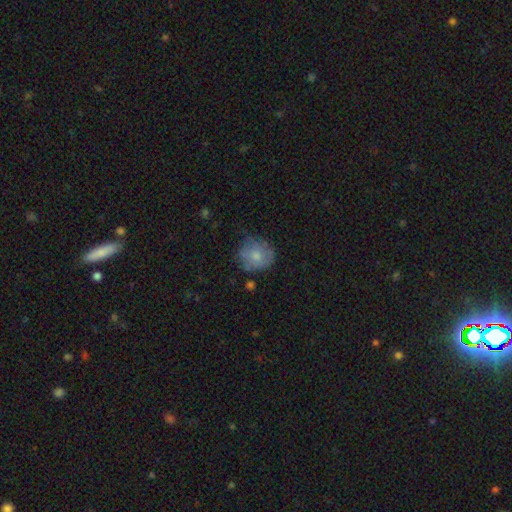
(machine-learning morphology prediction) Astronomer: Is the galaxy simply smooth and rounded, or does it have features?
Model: smooth — 65%.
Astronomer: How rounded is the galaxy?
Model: round — 82%.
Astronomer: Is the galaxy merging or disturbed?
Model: none — 62%.